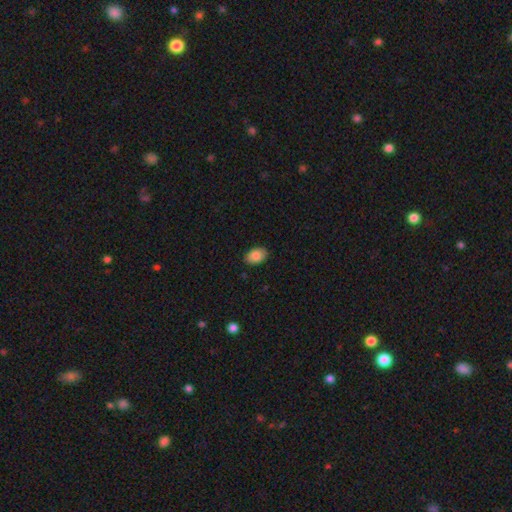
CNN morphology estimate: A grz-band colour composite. It shows a smooth galaxy with no disk features (86%) that is in between round and cigar-shaped (87%). Merging: none (88%).